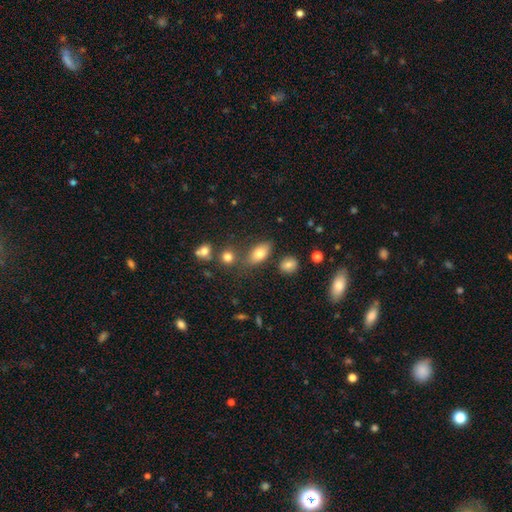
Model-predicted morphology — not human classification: A star or artifact, not a galaxy (62%).